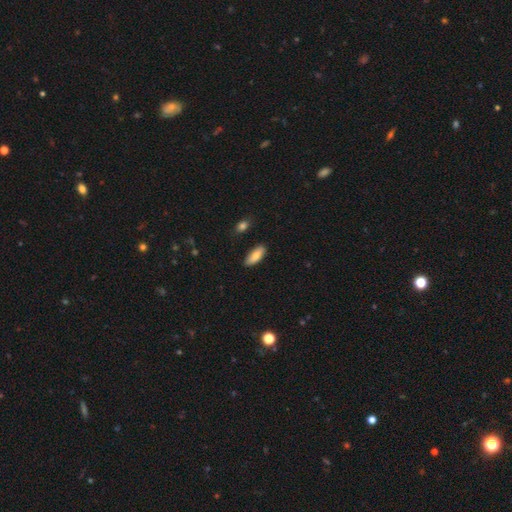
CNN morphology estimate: This appears to be a smooth galaxy with no disk features (83%) that is in between round and cigar-shaped (71%). Merging: none (84%).